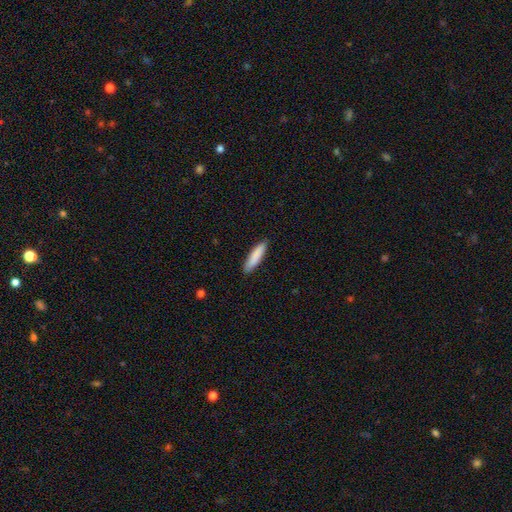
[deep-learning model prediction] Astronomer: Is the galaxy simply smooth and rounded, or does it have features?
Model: smooth — 86%.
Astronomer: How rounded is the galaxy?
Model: cigar-shaped — 79%.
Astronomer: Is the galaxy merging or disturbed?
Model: none — 88%.